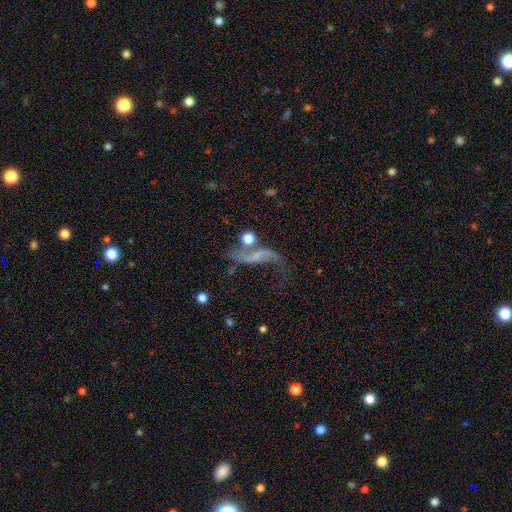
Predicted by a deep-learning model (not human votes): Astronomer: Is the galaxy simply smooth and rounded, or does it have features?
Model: featured or disk — 72%.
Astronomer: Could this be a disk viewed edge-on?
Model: no — 93%.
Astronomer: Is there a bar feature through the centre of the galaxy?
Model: no — 52% (runner-up: weak, 31%).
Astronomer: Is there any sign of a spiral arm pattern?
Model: yes — 81%.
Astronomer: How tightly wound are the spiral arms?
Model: loose — 90%.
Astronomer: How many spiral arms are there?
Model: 2 — 80%.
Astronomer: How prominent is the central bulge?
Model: none — 49% (runner-up: small, 36%).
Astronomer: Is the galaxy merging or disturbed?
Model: none — 37% (runner-up: major disturbance, 30%).